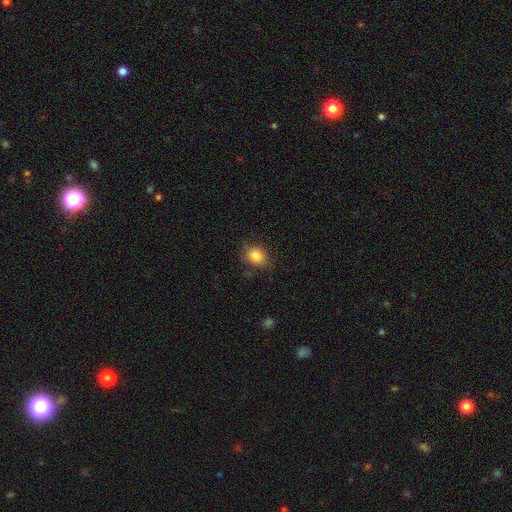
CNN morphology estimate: smooth-or-featured: smooth: 84% | star or artifact: 9% | featured or disk: 7%
  how-rounded: in between: 51% | round: 48% | cigar-shaped: 1%
  merging: none: 77% | minor disturbance: 17% | major disturbance: 5% | merger: 1%